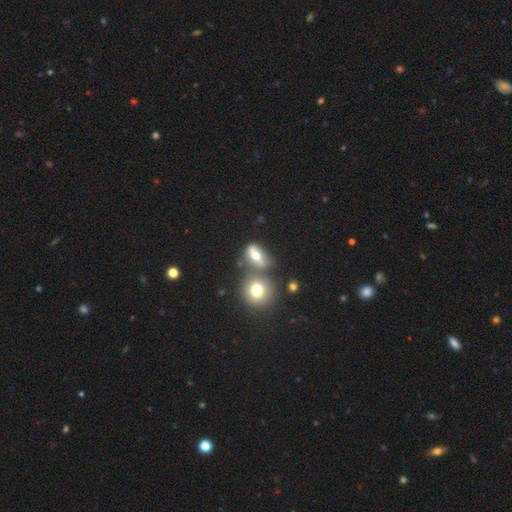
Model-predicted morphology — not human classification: This is possibly a smooth galaxy (59%). How rounded: possibly in between (59%). Merging: possibly none (45%).